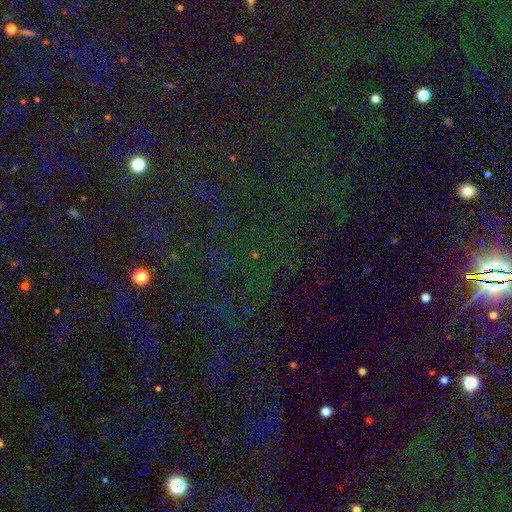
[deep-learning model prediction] This appears to be a star or artifact, not a galaxy (77%).